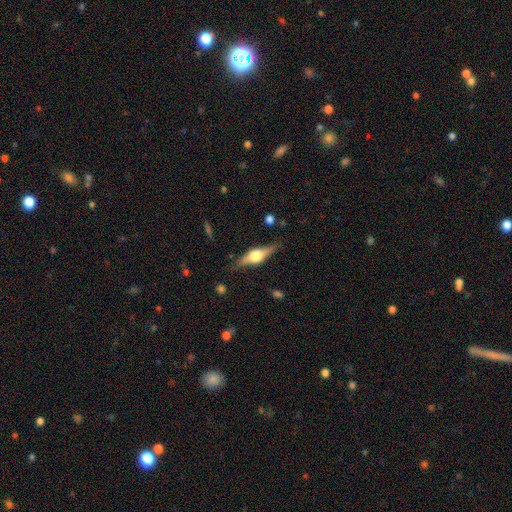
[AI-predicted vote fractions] Smooth or featured? Predicted: featured or disk (p=0.70). Edge-on disk? Predicted: yes (p=0.96). Edge-on bulge? Predicted: rounded (p=0.92). Merging? Predicted: none (p=0.83).